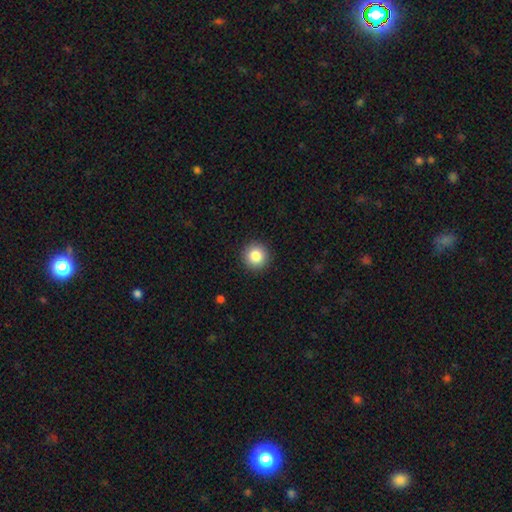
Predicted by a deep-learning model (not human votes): Smooth or featured? Predicted: smooth (p=0.84). How rounded? Predicted: round (p=0.95). Merging? Predicted: none (p=0.92).